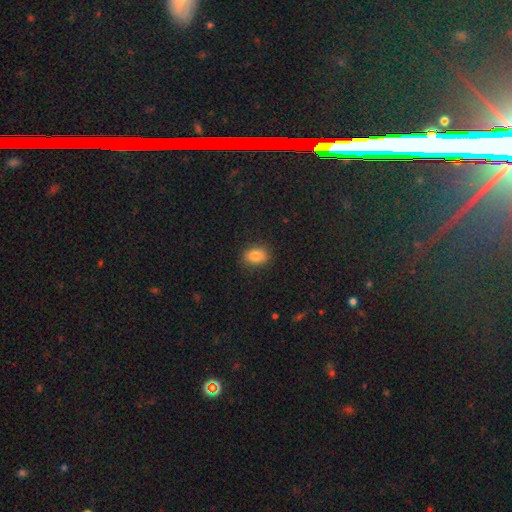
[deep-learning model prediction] Overall: smooth (83%). How rounded: in between (67%; round 32%). Merging: none (87%).